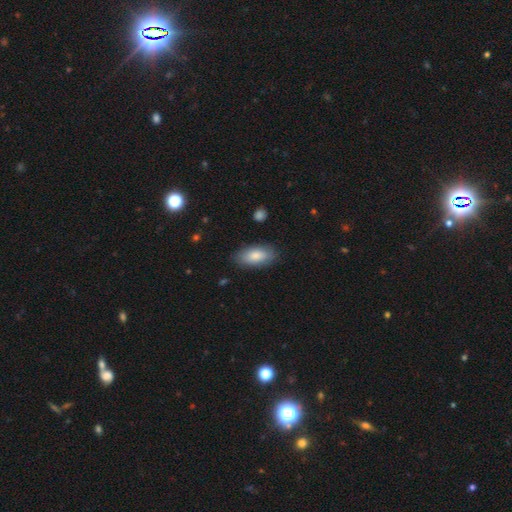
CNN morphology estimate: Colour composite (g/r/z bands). It shows a smooth galaxy with no disk features (84%) that is in between round and cigar-shaped (91%). Merging: none (84%).